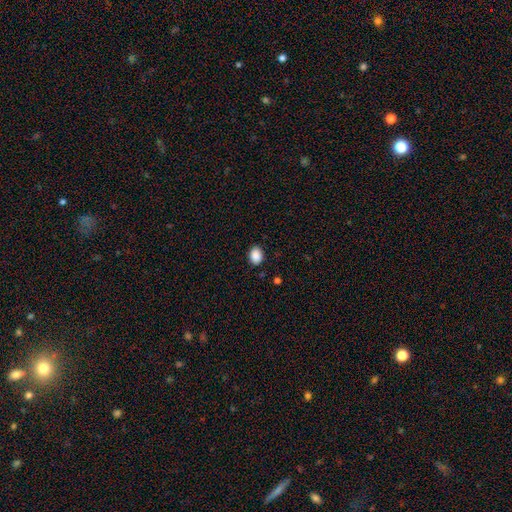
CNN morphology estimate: Q: Smooth or featured?
A: smooth (89%); runner-up: star or artifact (8%)
Q: How rounded?
A: in between (62%); runner-up: round (37%)
Q: Merging?
A: none (88%); runner-up: minor disturbance (9%)